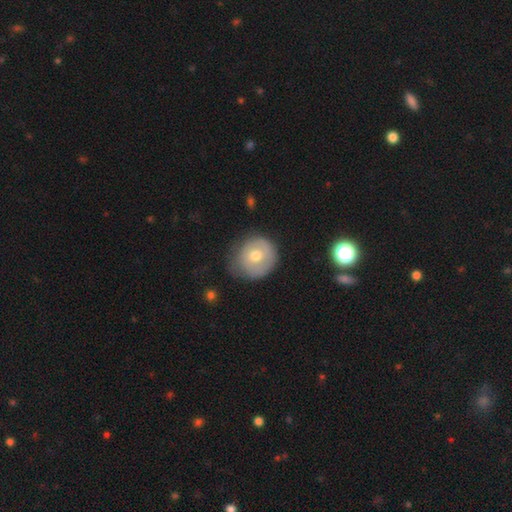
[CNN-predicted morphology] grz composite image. It shows a smooth galaxy with no disk features (63%) that is round (85%). Merging: none (62%).